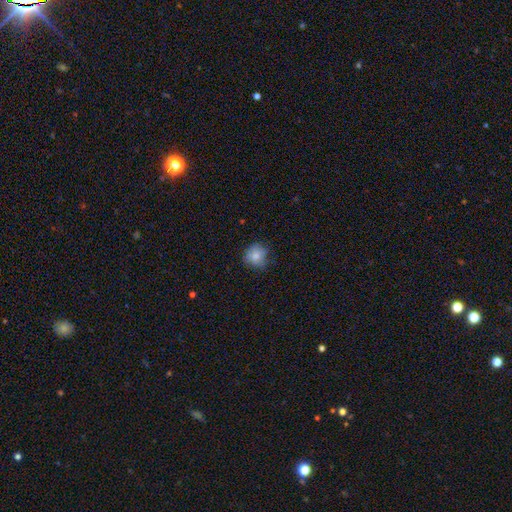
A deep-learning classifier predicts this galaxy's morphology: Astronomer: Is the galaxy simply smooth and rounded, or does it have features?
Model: smooth — 80%.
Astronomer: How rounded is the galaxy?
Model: round — 82%.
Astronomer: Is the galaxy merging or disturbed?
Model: none — 69%.